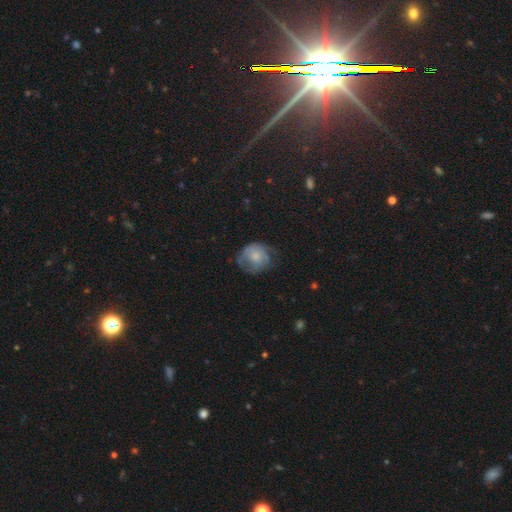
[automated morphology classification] Smooth or featured: smooth — 59% (featured or disk — 33%)
How rounded: round — 76% (in between — 23%)
Merging: none — 49% (minor disturbance — 30%)